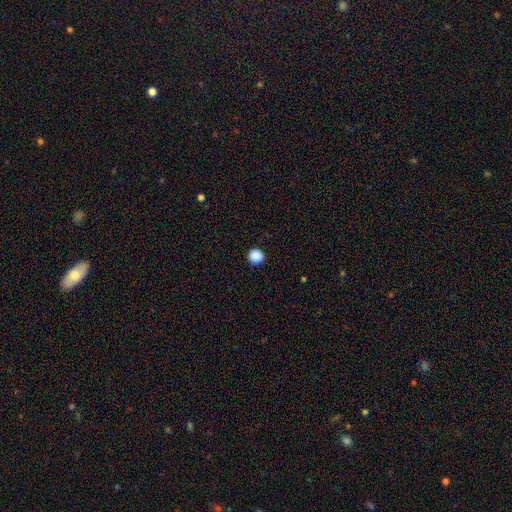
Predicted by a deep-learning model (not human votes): smooth 88%, star or artifact 9%, featured or disk 2%. Down the decision tree: how rounded — round (94%); merging — none (92%).